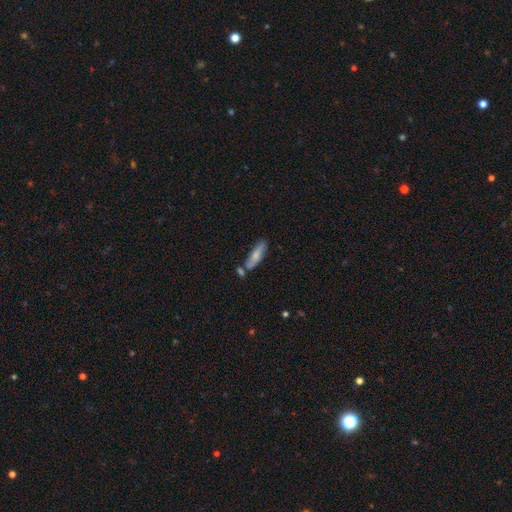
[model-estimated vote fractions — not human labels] smooth_or_featured: smooth (p=0.70) [alt: featured or disk p=0.23]
how_rounded: cigar-shaped (p=0.64) [alt: in between p=0.34]
merging: none (p=0.67) [alt: minor disturbance p=0.16]